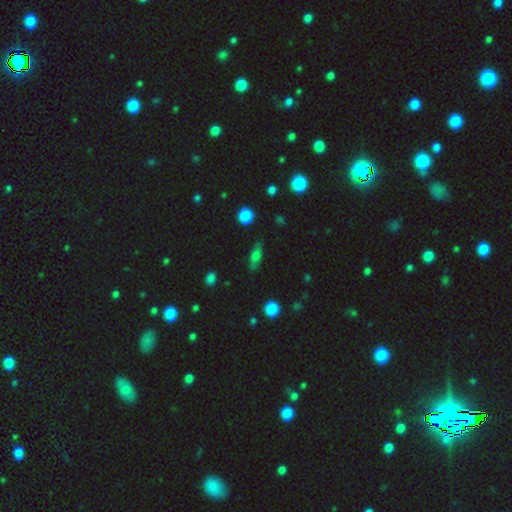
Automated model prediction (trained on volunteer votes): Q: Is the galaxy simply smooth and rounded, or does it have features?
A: smooth — 60%.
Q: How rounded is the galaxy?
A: in between — 57%.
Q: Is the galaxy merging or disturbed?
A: none — 78%.